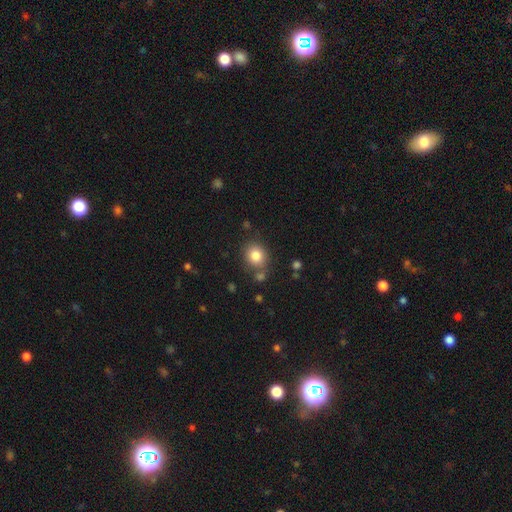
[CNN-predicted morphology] Smooth or featured?
  - smooth: 82% *
  - star or artifact: 11%
  - featured or disk: 7%
How rounded?
  - round: 72% *
  - in between: 27%
  - cigar-shaped: 1%
Merging?
  - none: 77% *
  - minor disturbance: 11%
  - merger: 8%
  - major disturbance: 4%